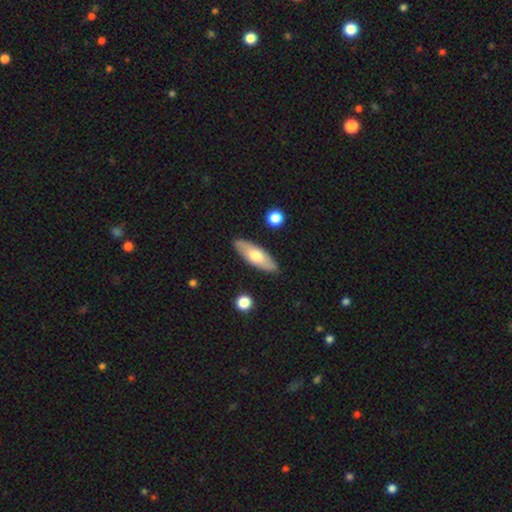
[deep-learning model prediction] This is likely a smooth galaxy (60%). How rounded: likely in between (64%). Merging: clearly none (86%).